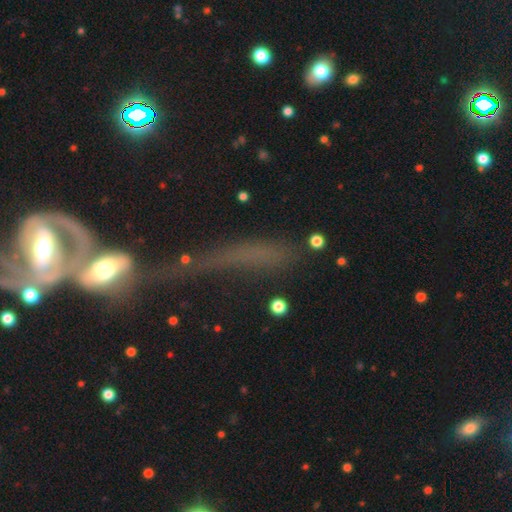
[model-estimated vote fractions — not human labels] smooth_or_featured: smooth (p=0.47) [alt: featured or disk p=0.33]
merging: major disturbance (p=0.35) [alt: none p=0.29]